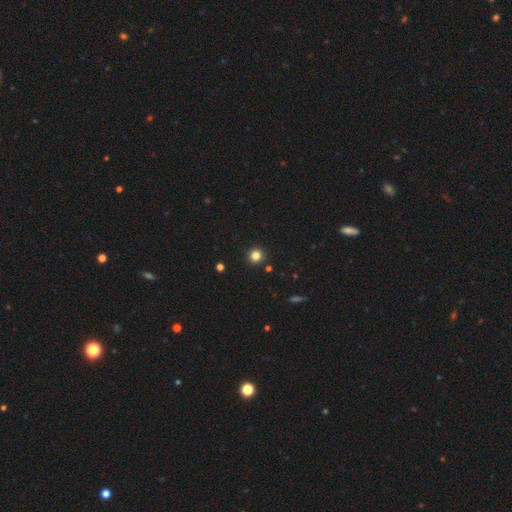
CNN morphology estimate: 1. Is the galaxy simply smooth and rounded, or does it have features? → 82% smooth, 13% star or artifact, 5% featured or disk.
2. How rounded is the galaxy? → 93% round, 6% in between, 1% cigar-shaped.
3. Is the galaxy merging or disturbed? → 91% none, 5% minor disturbance, 2% merger, 2% major disturbance.